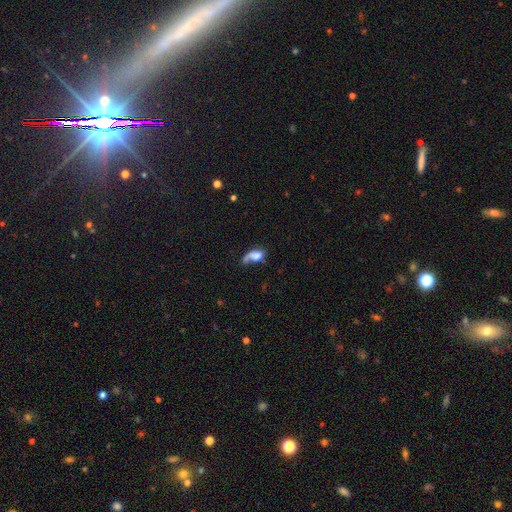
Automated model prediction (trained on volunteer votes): smooth 52%, featured or disk 38%, star or artifact 10%. Down the decision tree: how rounded — in between (78%); merging — major disturbance (39%).